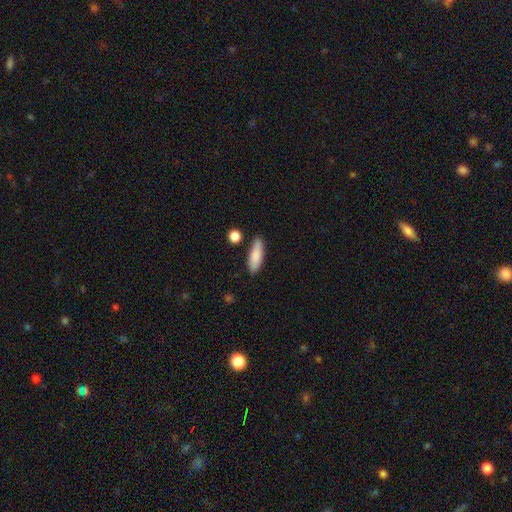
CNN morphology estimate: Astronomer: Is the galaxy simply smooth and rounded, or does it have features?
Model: smooth — 84%.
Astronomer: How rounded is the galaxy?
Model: in between — 58% (runner-up: cigar-shaped, 40%).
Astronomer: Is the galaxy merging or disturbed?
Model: none — 80%.